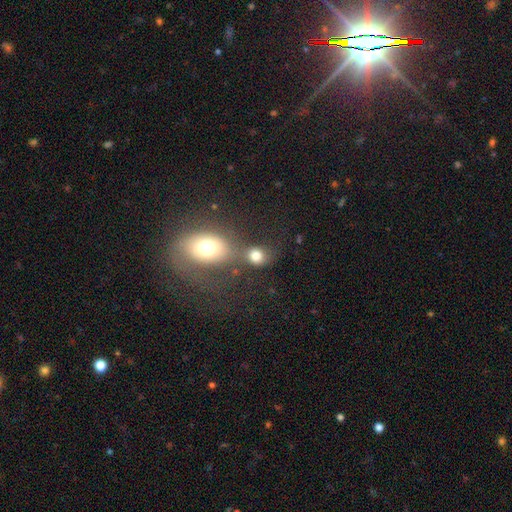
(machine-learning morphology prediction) smooth 77%, star or artifact 13%, featured or disk 10%. Down the decision tree: how rounded — round (67%); merging — none (47%).